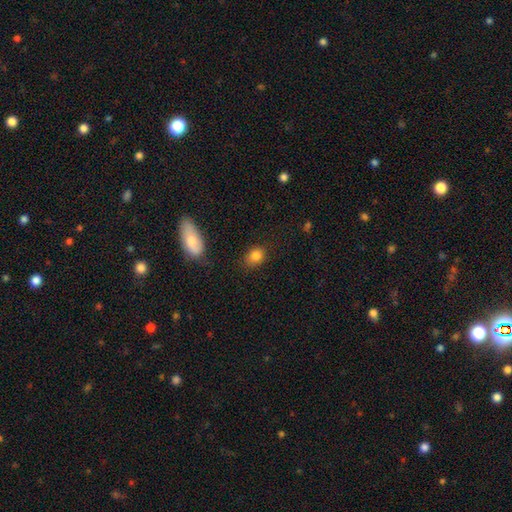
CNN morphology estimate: Overall: smooth (83%). How rounded: in between (56%; round 42%). Merging: none (78%).